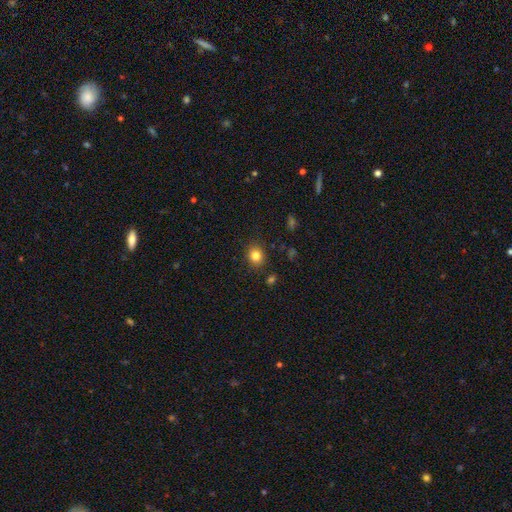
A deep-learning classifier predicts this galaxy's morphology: Smooth or featured: smooth — 82% (star or artifact — 11%)
How rounded: round — 70% (in between — 29%)
Merging: none — 87% (minor disturbance — 8%)